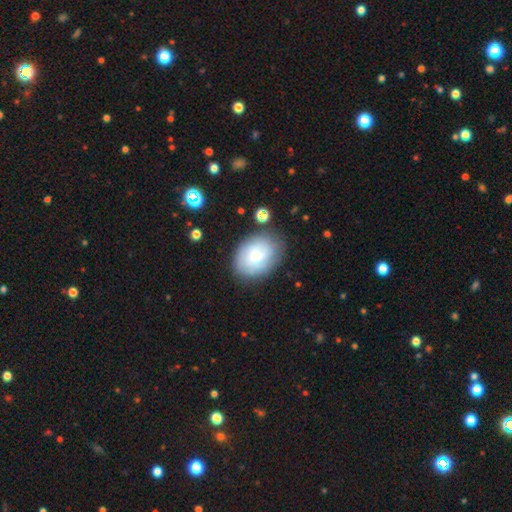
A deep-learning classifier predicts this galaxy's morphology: type=smooth (55%); roundness=in between (67%); merging=none (73%).